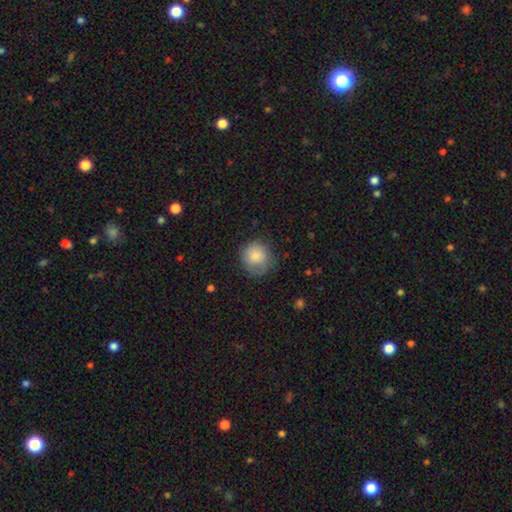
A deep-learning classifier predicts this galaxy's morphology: Smooth or featured?
  - smooth: 83% *
  - featured or disk: 10%
  - star or artifact: 8%
How rounded?
  - round: 87% *
  - in between: 12%
  - cigar-shaped: 1%
Merging?
  - none: 65% *
  - minor disturbance: 25%
  - major disturbance: 9%
  - merger: 1%